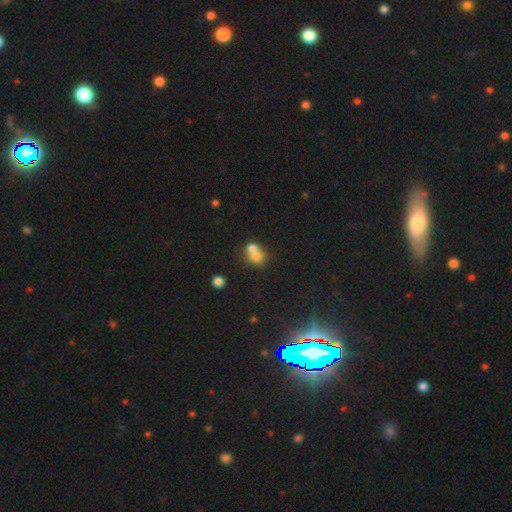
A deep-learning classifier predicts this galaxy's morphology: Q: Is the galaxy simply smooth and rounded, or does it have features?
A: smooth — 70%.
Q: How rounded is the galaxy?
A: round — 72%.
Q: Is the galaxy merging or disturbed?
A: merger — 62%.